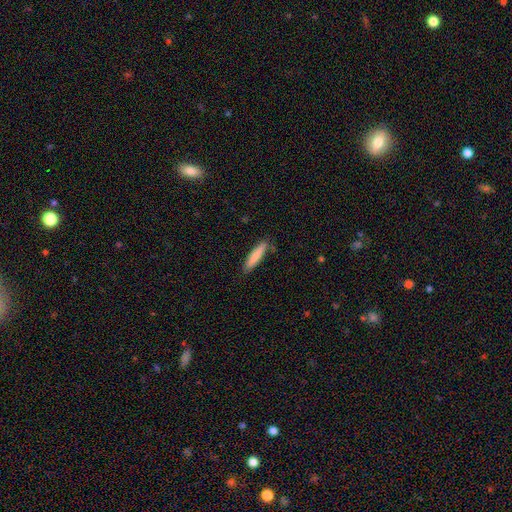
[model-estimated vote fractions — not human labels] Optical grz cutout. It shows a smooth galaxy with no disk features (83%) that is cigar-shaped (85%). Merging: none (83%).